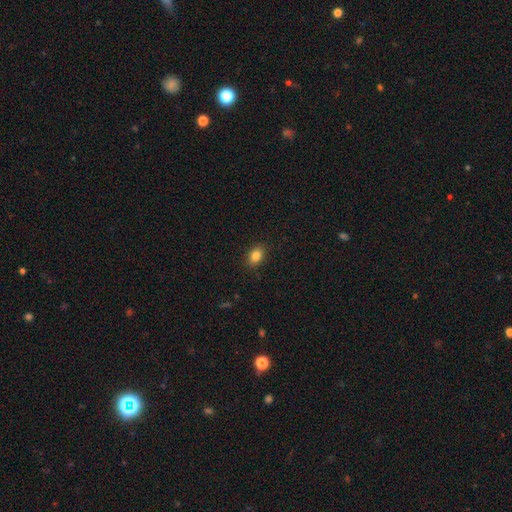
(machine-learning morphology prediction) type=smooth (84%); roundness=in between (71%); merging=none (88%).